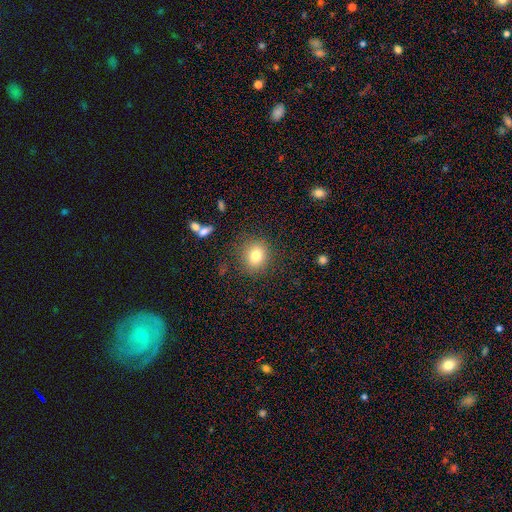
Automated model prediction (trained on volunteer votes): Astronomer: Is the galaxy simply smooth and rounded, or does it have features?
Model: smooth — 80%.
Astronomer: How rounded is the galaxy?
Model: round — 74%.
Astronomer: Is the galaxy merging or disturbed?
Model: none — 84%.